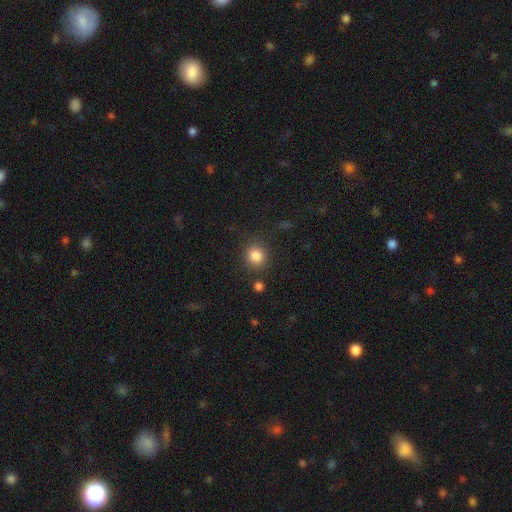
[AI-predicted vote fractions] The model was most divided on "how rounded": round: 82%, in between: 17%, cigar-shaped: 1%. More confident: smooth or featured — smooth (85%); merging — none (82%).